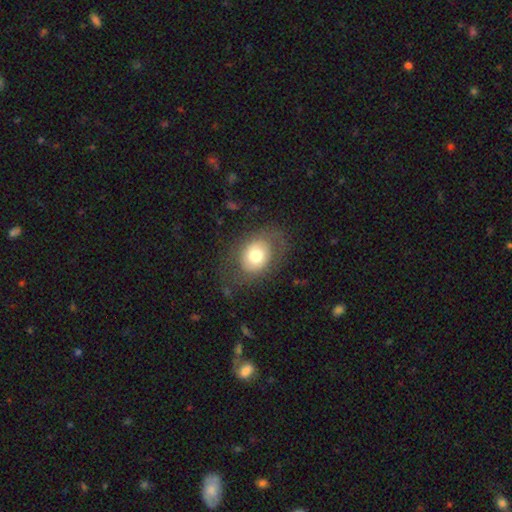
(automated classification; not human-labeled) Q: Smooth or featured?
A: smooth (61%); runner-up: featured or disk (31%)
Q: How rounded?
A: in between (60%); runner-up: round (39%)
Q: Merging?
A: none (67%); runner-up: minor disturbance (18%)